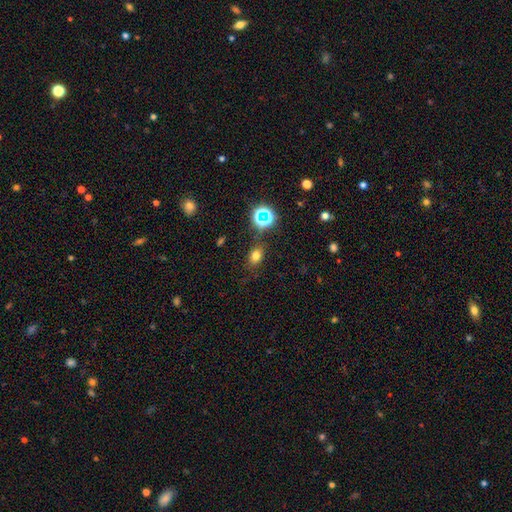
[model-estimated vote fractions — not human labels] Smooth or featured: smooth — 72% (star or artifact — 19%)
How rounded: in between — 65% (round — 34%)
Merging: none — 80% (minor disturbance — 13%)